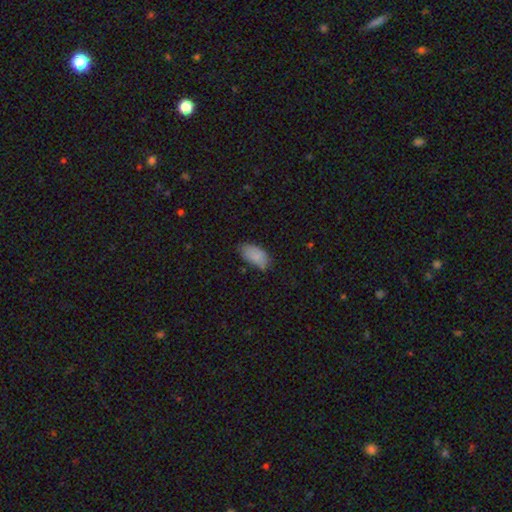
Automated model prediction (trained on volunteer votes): Morphology: type=smooth (85%); roundness=in between (94%); merging=none (60%).